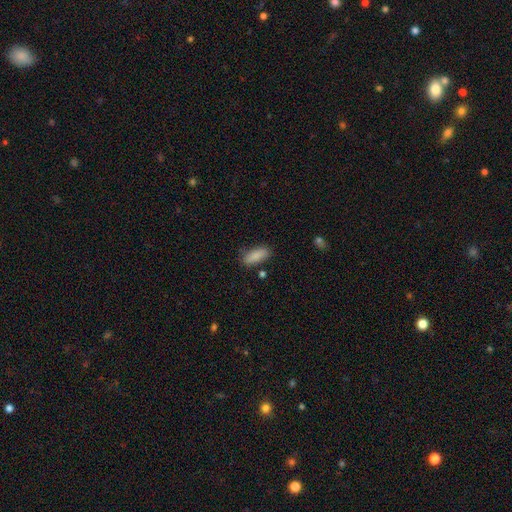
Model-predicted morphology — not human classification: This is clearly a smooth galaxy (88%). How rounded: likely in between (75%). Merging: clearly none (80%).